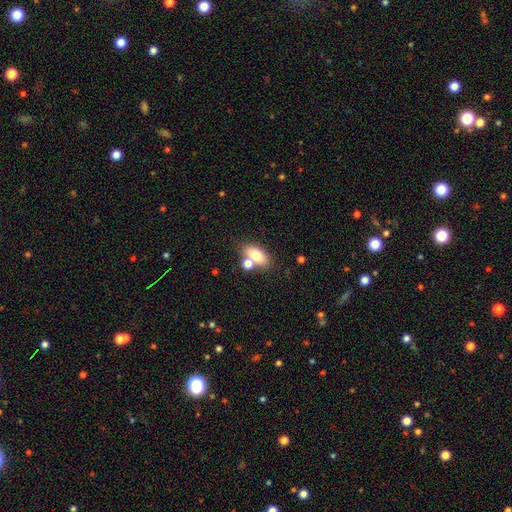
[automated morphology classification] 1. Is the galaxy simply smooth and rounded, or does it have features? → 74% smooth, 17% featured or disk, 9% star or artifact.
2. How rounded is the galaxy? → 83% in between, 9% round, 8% cigar-shaped.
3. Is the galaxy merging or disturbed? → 55% none, 30% merger, 11% minor disturbance, 4% major disturbance.